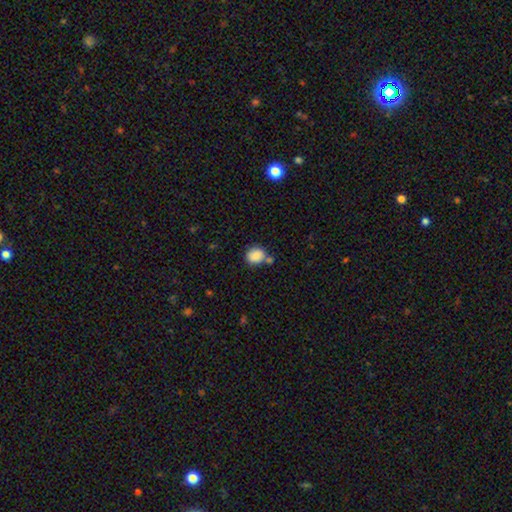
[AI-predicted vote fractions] Overall: smooth (86%). How rounded: round (71%). Merging: none (62%).